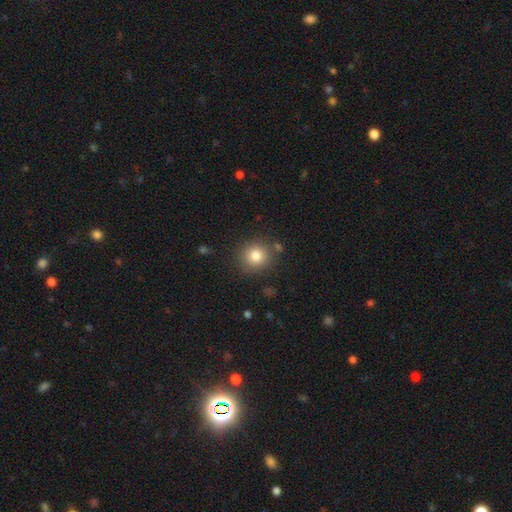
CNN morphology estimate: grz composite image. It shows a smooth galaxy with no disk features (81%) that is round (89%). Merging: none (83%).